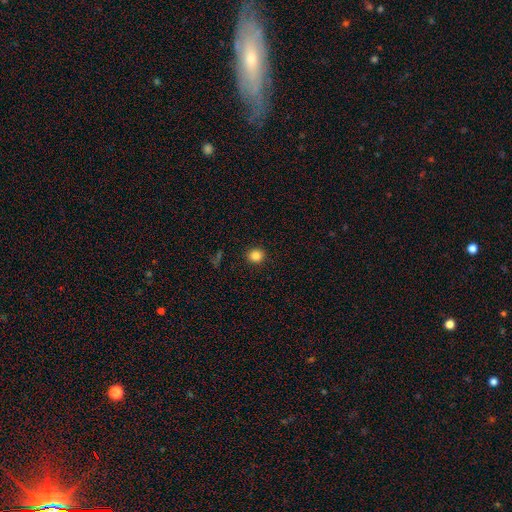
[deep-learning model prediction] Q: Smooth or featured?
A: smooth (85%); runner-up: star or artifact (11%)
Q: How rounded?
A: round (88%); runner-up: in between (11%)
Q: Merging?
A: none (92%); runner-up: minor disturbance (5%)